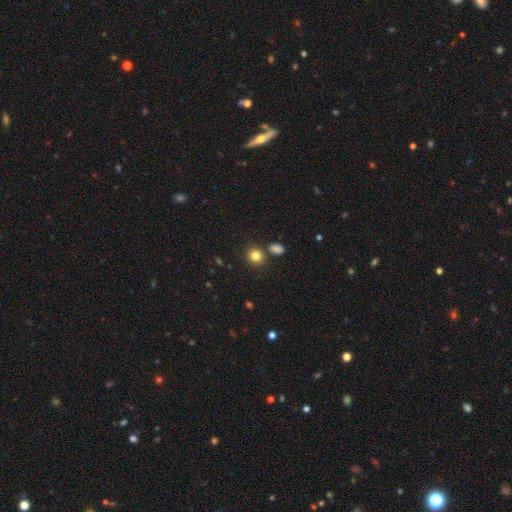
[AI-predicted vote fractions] The model was most divided on "how rounded": round: 81%, in between: 18%, cigar-shaped: 1%. More confident: smooth or featured — smooth (82%); merging — none (78%).